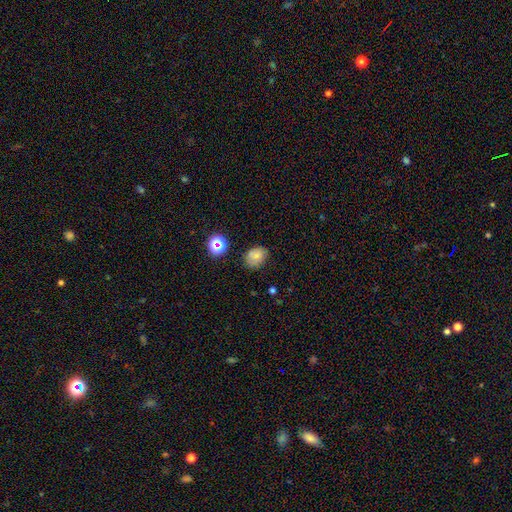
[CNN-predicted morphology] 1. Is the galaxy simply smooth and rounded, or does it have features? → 72% smooth, 15% star or artifact, 13% featured or disk.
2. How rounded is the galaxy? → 53% in between, 46% round, 1% cigar-shaped.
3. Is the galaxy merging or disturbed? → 70% none, 22% minor disturbance, 6% major disturbance, 3% merger.